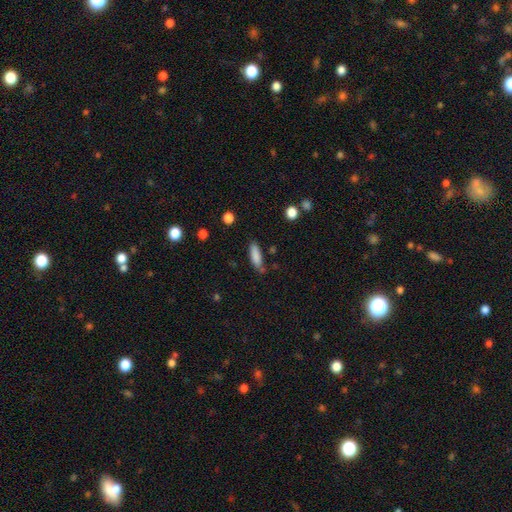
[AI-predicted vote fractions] smooth_or_featured: smooth (p=0.84) [alt: featured or disk p=0.08]
how_rounded: cigar-shaped (p=0.54) [alt: in between p=0.44]
merging: none (p=0.71) [alt: minor disturbance p=0.20]